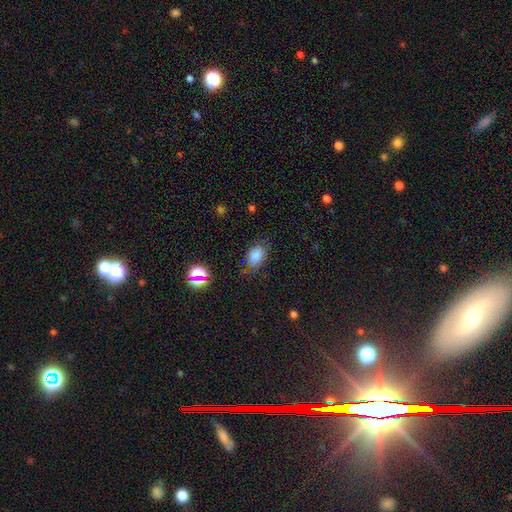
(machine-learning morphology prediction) A smooth galaxy with no disk features (77%) that is in between round and cigar-shaped (88%).

Vote fractions:
- Smooth or featured? smooth: 77% / star or artifact: 13% / featured or disk: 11%
- How rounded? in between: 88% / round: 10% / cigar-shaped: 2%
- Merging? none: 71% / minor disturbance: 21% / major disturbance: 7% / merger: 2%